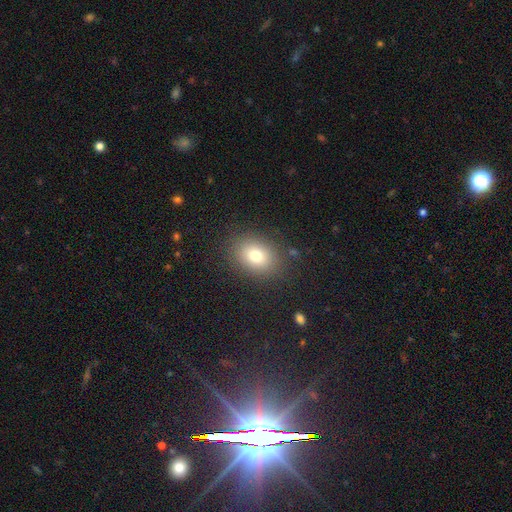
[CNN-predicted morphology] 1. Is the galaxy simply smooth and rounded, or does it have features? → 78% smooth, 12% star or artifact, 11% featured or disk.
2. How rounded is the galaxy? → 63% in between, 36% round, 1% cigar-shaped.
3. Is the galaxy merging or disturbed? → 85% none, 9% minor disturbance, 4% major disturbance, 1% merger.